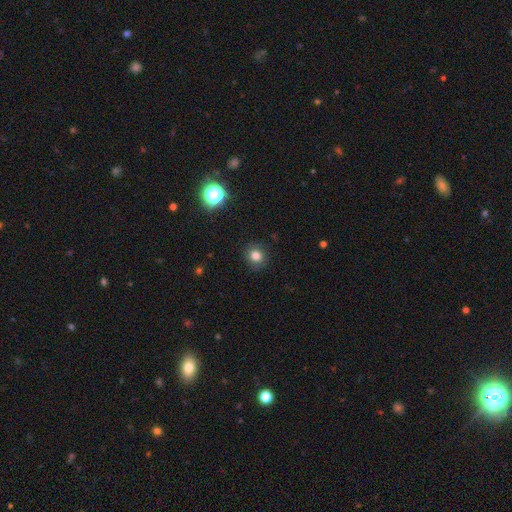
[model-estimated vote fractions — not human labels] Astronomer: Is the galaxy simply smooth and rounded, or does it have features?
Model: smooth — 81%.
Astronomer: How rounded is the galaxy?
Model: round — 84%.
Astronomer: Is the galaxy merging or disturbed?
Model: none — 87%.